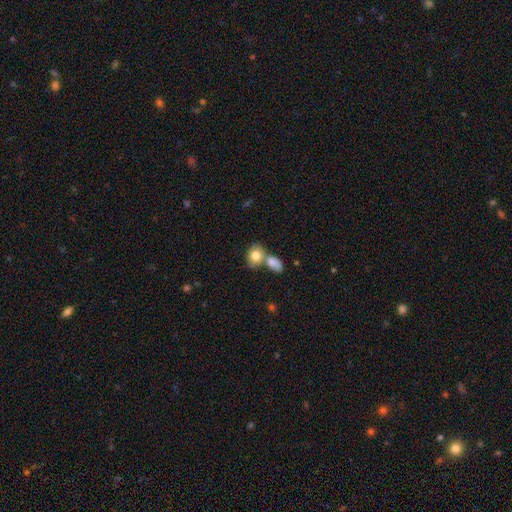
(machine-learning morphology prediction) smooth-or-featured: smooth: 80% | featured or disk: 13% | star or artifact: 8%
  how-rounded: in between: 57% | round: 41% | cigar-shaped: 1%
  merging: merger: 49% | none: 37% | minor disturbance: 10% | major disturbance: 4%